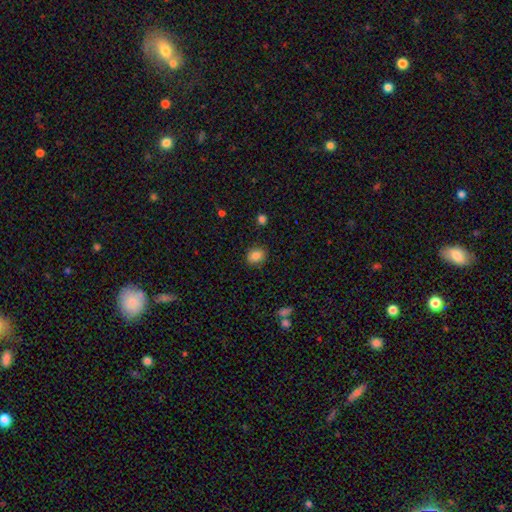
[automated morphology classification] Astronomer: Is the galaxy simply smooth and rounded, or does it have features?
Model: smooth — 83%.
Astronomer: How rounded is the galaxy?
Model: round — 59% (runner-up: in between, 40%).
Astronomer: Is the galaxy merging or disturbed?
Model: none — 88%.